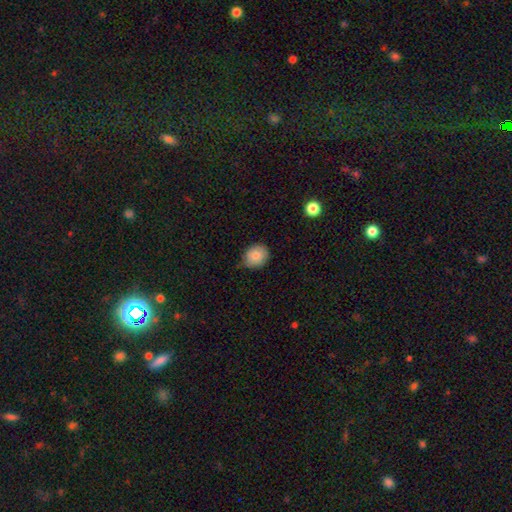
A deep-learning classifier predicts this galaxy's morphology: A smooth galaxy with no disk features (84%) that is round (69%). Merging: none (65%).